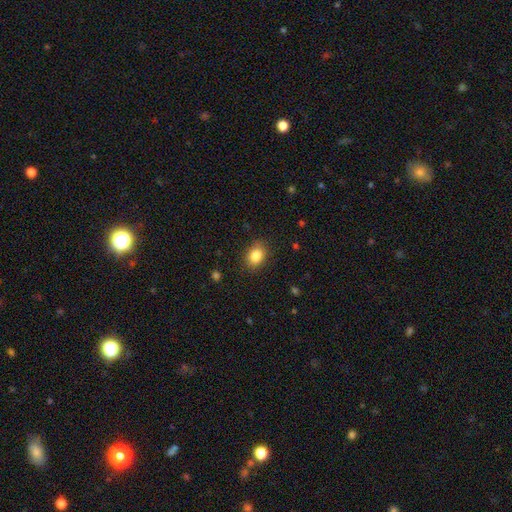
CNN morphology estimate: Smooth or featured? smooth (85%)
How rounded? in between (71%)
Merging? none (85%)